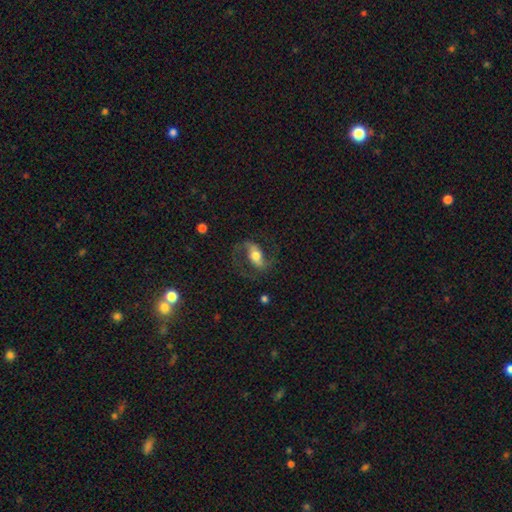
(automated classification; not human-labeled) This appears to be a featured or disk galaxy (74%) with a strong bar (43%), 2 (91%) medium (46%) spiral arms (90%) and a moderate central bulge (62%). Merging: none (71%).